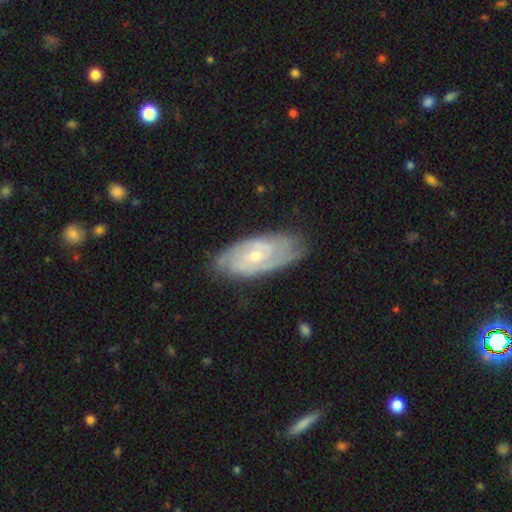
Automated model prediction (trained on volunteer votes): Smooth or featured?
  - featured or disk: 80% *
  - smooth: 15%
  - star or artifact: 5%
Edge-on disk?
  - no: 93% *
  - yes: 7%
Bar?
  - no: 58% *
  - weak: 35%
  - strong: 8%
Spiral arms?
  - yes: 93% *
  - no: 7%
Spiral winding?
  - tight: 58% *
  - medium: 34%
  - loose: 8%
Spiral arm count?
  - 2: 51% *
  - can't tell: 26%
  - 3: 13%
  - 4: 4%
  - 1: 3%
  - more than 4: 3%
Bulge size?
  - small: 63% *
  - moderate: 34%
  - large: 1%
  - none: 1%
  - dominant: 1%
Merging?
  - none: 76% *
  - minor disturbance: 19%
  - major disturbance: 4%
  - merger: 1%